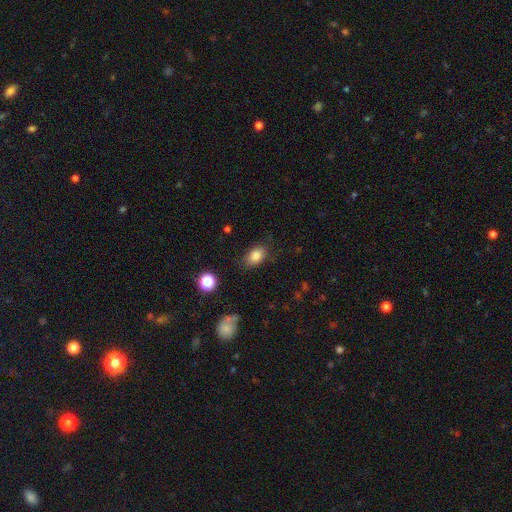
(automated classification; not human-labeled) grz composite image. It shows a smooth galaxy with no disk features (84%) that is in between round and cigar-shaped (81%). Merging: none (79%).